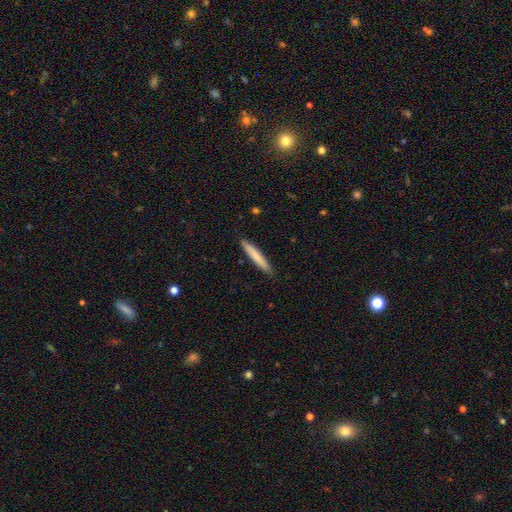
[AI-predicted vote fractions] smooth 77%, featured or disk 18%, star or artifact 5%. Down the decision tree: how rounded — cigar-shaped (94%); merging — none (89%).